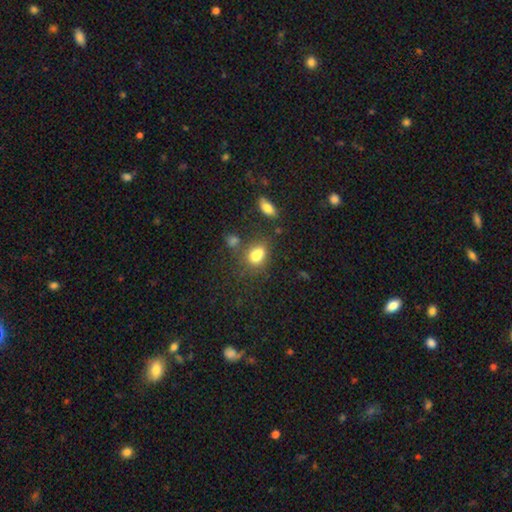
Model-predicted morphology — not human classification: smooth 79%, star or artifact 12%, featured or disk 9%. Down the decision tree: how rounded — in between (72%); merging — none (52%).